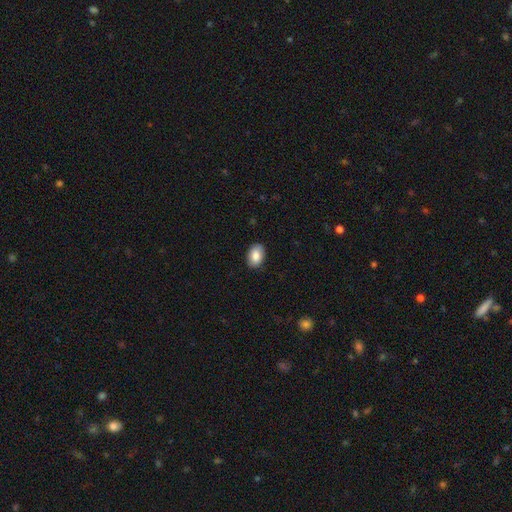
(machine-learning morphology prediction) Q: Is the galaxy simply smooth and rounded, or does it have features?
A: smooth — 85%.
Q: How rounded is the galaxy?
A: in between — 86%.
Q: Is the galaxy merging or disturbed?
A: none — 87%.